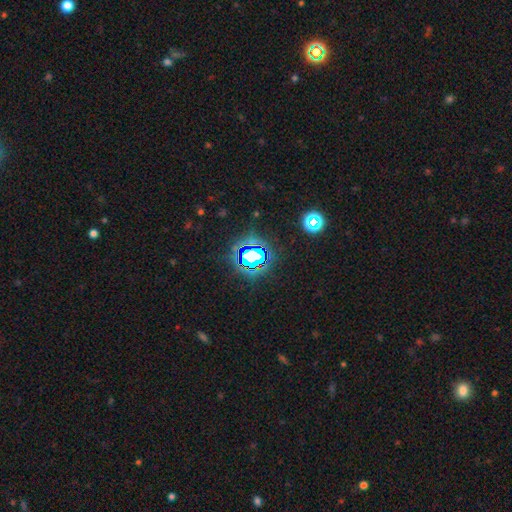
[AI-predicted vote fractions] smooth_or_featured: star or artifact (p=0.71) [alt: smooth p=0.17]